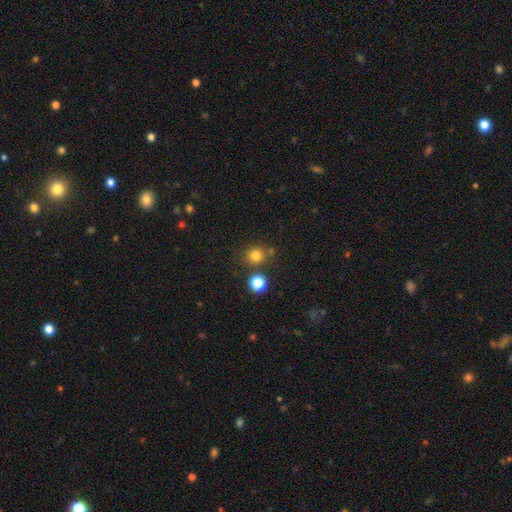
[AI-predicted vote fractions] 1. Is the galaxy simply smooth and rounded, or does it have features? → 79% smooth, 15% star or artifact, 6% featured or disk.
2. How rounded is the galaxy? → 89% round, 10% in between, 1% cigar-shaped.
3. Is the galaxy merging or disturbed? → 78% none, 10% merger, 9% minor disturbance, 3% major disturbance.